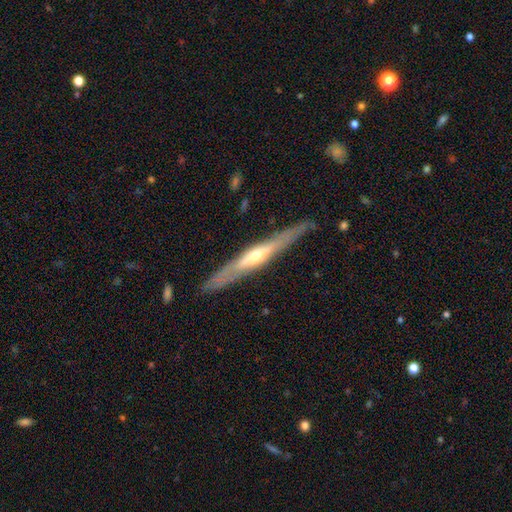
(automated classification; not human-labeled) A featured or disk galaxy (73%) viewed edge-on (93%) with a rounded central bulge (79%).

Vote fractions:
- Smooth or featured? featured or disk: 73% / smooth: 22% / star or artifact: 5%
- Edge-on disk? yes: 93% / no: 7%
- Edge-on bulge? rounded: 79% / none: 17% / boxy: 5%
- Merging? none: 86% / minor disturbance: 10% / major disturbance: 2% / merger: 1%